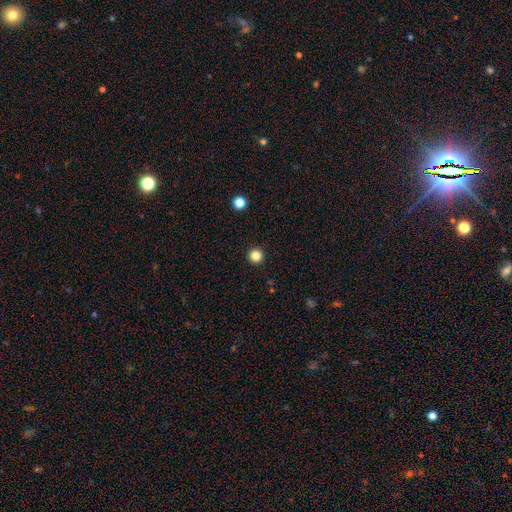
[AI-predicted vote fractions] Overall: smooth (84%). How rounded: round (96%). Merging: none (94%).